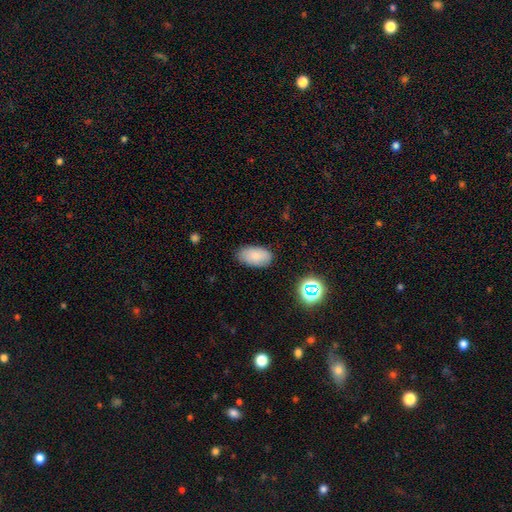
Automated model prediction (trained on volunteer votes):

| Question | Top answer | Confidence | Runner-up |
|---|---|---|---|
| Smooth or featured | smooth | 80% | featured or disk (10%) |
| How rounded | in between | 94% | round (4%) |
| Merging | none | 82% | minor disturbance (13%) |